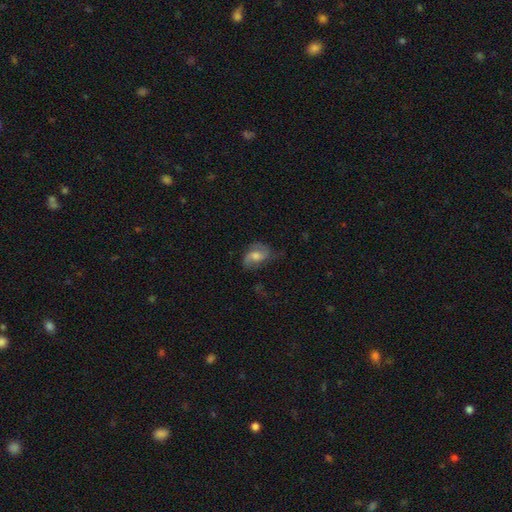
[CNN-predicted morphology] Smooth or featured?
  - featured or disk: 65% *
  - smooth: 27%
  - star or artifact: 8%
Edge-on disk?
  - no: 96% *
  - yes: 4%
Bar?
  - no: 57% *
  - weak: 35%
  - strong: 8%
Spiral arms?
  - yes: 90% *
  - no: 10%
Spiral winding?
  - medium: 44% *
  - loose: 40%
  - tight: 17%
Spiral arm count?
  - 2: 76% *
  - can't tell: 9%
  - 1: 8%
  - 3: 5%
  - 4: 1%
  - more than 4: 1%
Bulge size?
  - moderate: 56% *
  - small: 25%
  - large: 12%
  - none: 6%
  - dominant: 2%
Merging?
  - none: 55% *
  - minor disturbance: 25%
  - major disturbance: 18%
  - merger: 2%